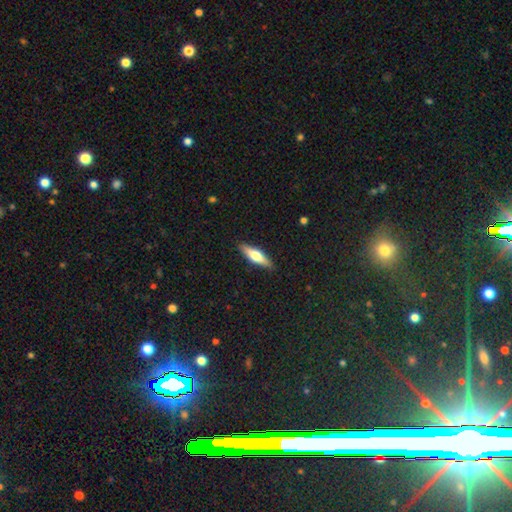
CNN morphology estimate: A smooth galaxy with no disk features (48%). Merging: none (89%).